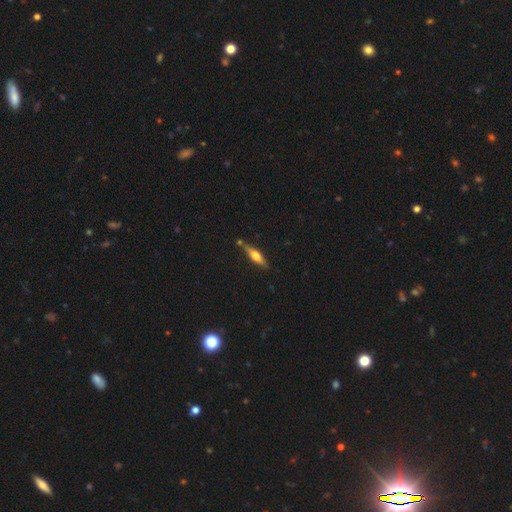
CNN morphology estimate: Overall: smooth (50%; featured or disk 43%). How rounded: cigar-shaped (73%). Merging: none (74%).